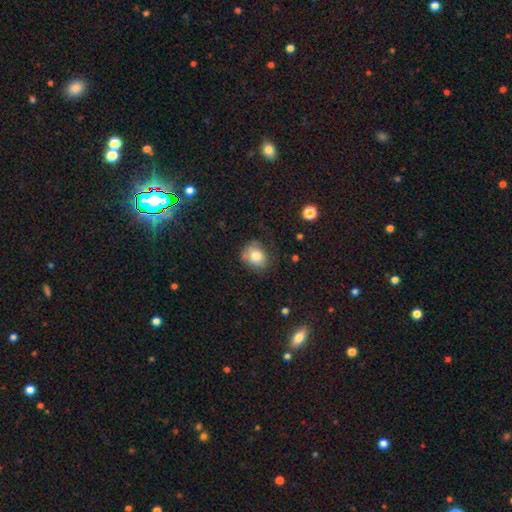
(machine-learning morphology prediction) Smooth or featured?
  - smooth: 77% *
  - featured or disk: 13%
  - star or artifact: 10%
How rounded?
  - round: 62% *
  - in between: 37%
  - cigar-shaped: 1%
Merging?
  - none: 63% *
  - minor disturbance: 25%
  - major disturbance: 8%
  - merger: 4%